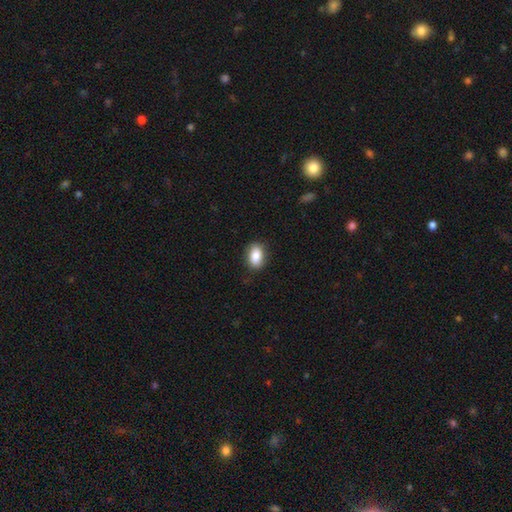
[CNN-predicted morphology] This appears to be a smooth galaxy with no disk features (86%) that is in between round and cigar-shaped (86%). Merging: none (85%).